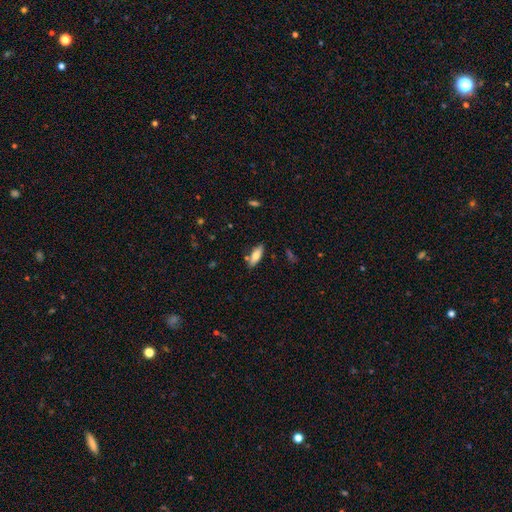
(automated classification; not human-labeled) Morphology: type=smooth (73%); roundness=in between (68%); merging=none (80%).